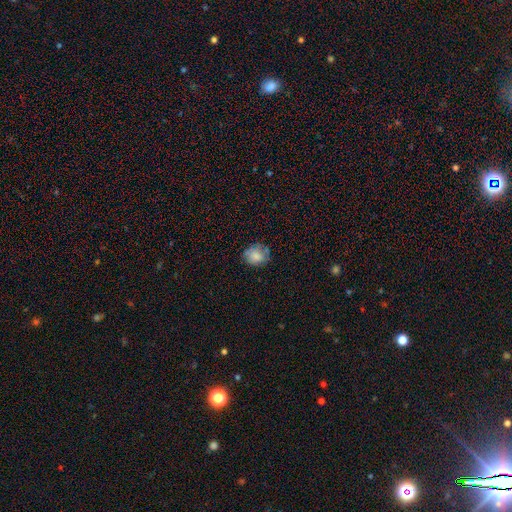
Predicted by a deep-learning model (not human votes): Smooth or featured? smooth (78%)
How rounded? round (66%)
Merging? none (68%)